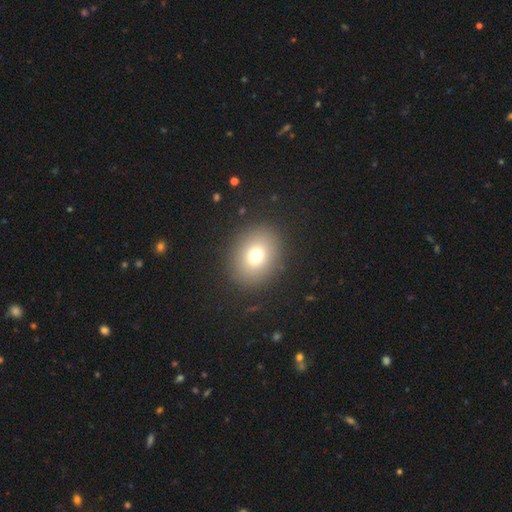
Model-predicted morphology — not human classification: This is likely a smooth galaxy (74%). How rounded: likely round (61%). Merging: clearly none (88%).